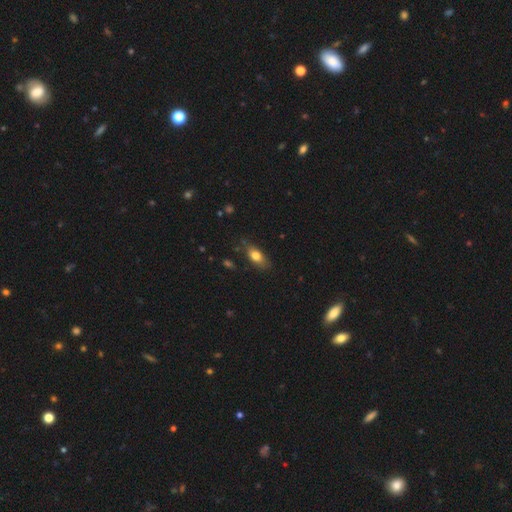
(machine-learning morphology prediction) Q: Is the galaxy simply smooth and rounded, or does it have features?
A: smooth — 76%.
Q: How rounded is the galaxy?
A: in between — 82%.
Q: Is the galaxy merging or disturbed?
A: none — 74%.